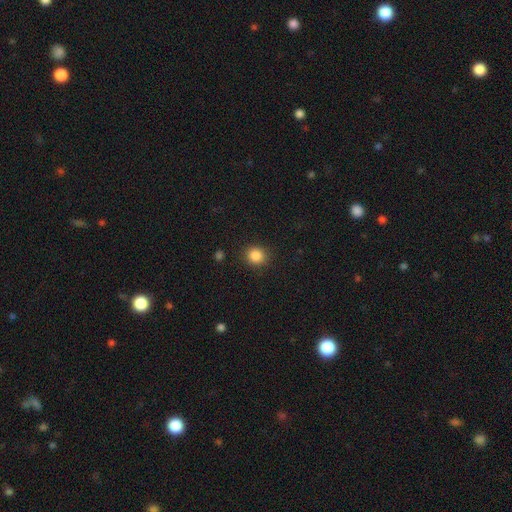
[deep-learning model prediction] A smooth galaxy with no disk features (86%) that is round (85%). Merging: none (89%).